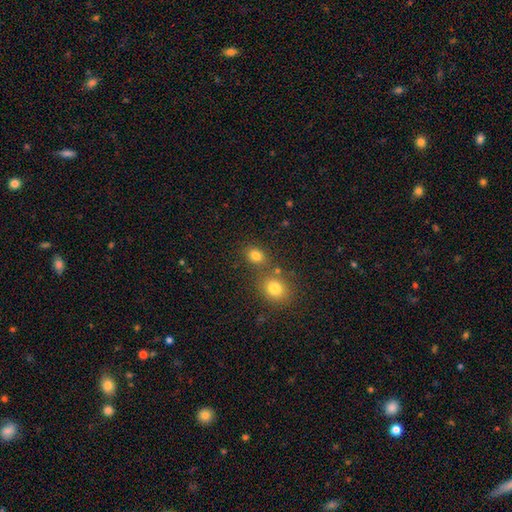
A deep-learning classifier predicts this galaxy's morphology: This is clearly a smooth galaxy (80%). How rounded: possibly round (52%). Merging: likely none (63%).